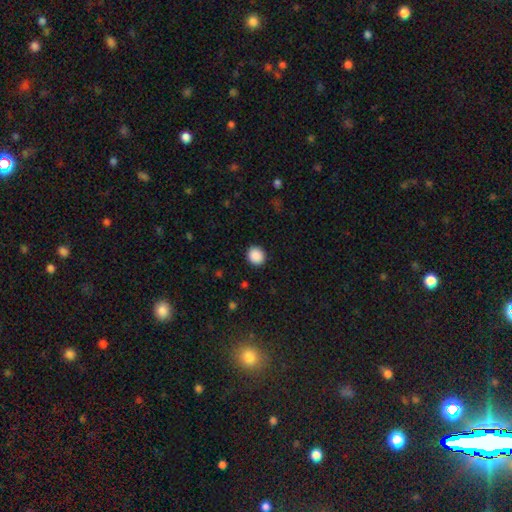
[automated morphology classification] A smooth galaxy with no disk features (89%) that is round (81%). Merging: none (91%).